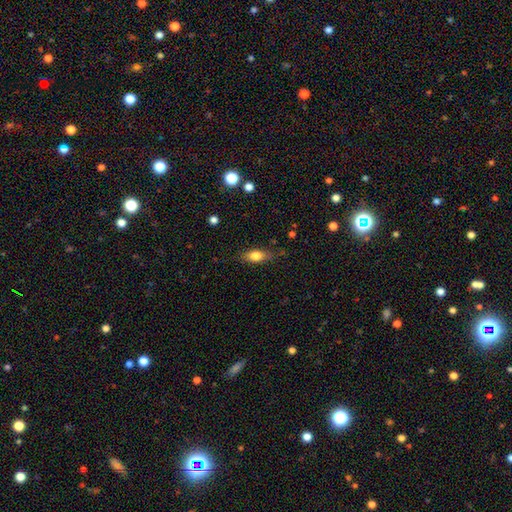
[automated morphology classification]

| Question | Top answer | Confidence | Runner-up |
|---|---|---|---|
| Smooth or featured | smooth | 76% | featured or disk (16%) |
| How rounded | in between | 77% | cigar-shaped (16%) |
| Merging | none | 77% | minor disturbance (18%) |